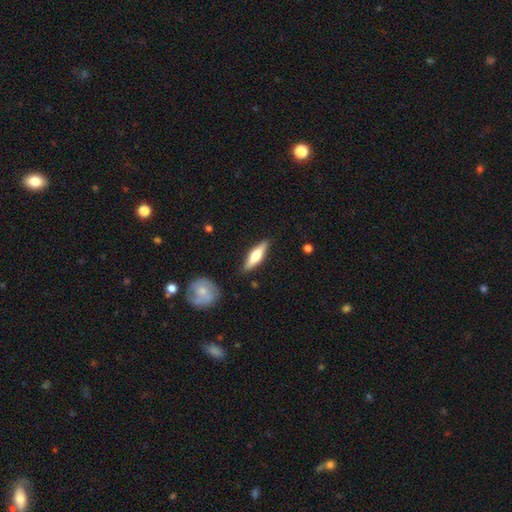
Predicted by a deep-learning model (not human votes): Overall: smooth (50%; featured or disk 44%). How rounded: cigar-shaped (65%; in between 33%). Merging: none (86%).